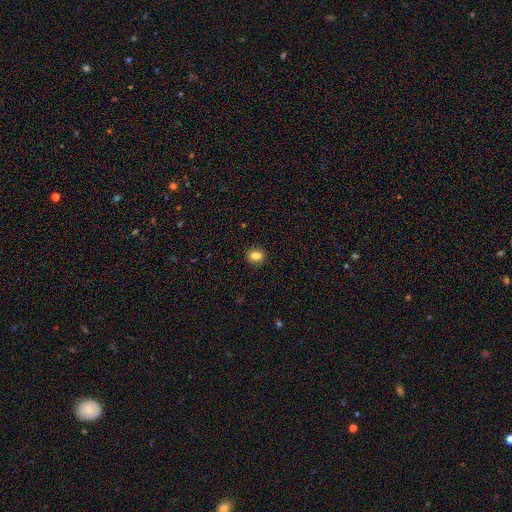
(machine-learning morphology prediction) smooth-or-featured: smooth: 84% | star or artifact: 10% | featured or disk: 6%
  how-rounded: round: 60% | in between: 39% | cigar-shaped: 1%
  merging: none: 90% | minor disturbance: 7% | major disturbance: 2% | merger: 1%